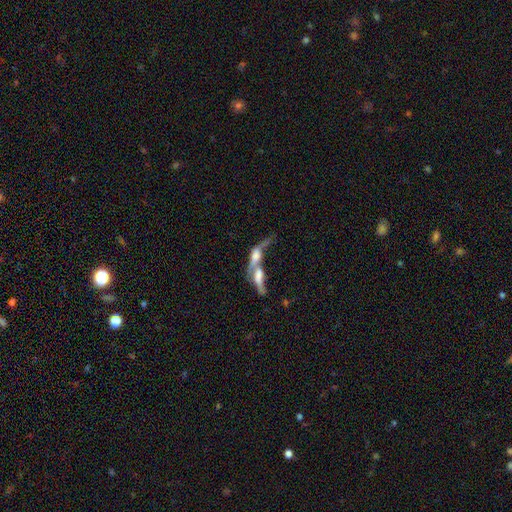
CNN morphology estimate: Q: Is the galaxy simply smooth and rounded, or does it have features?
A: featured or disk — 57%.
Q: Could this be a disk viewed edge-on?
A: no — 53%.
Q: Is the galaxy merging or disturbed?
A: merger — 78%.